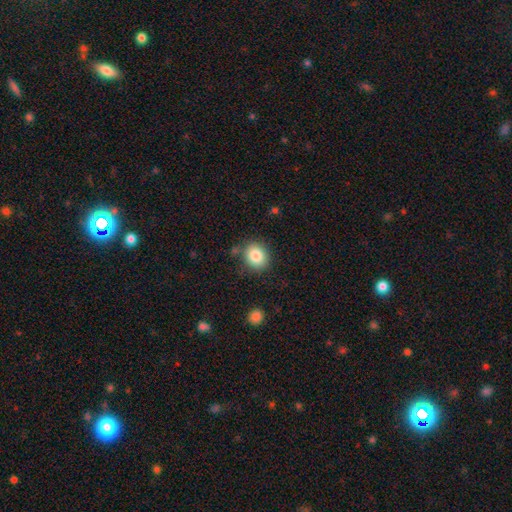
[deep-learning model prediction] This is clearly a smooth galaxy (84%). How rounded: likely round (69%). Merging: clearly none (81%).